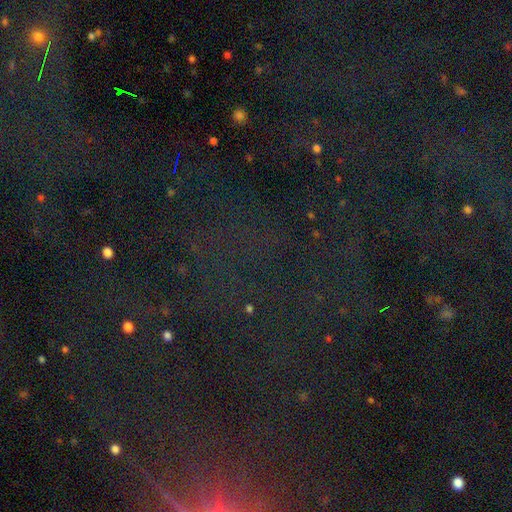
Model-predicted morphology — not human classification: smooth_or_featured: star or artifact (p=0.81) [alt: smooth p=0.10]